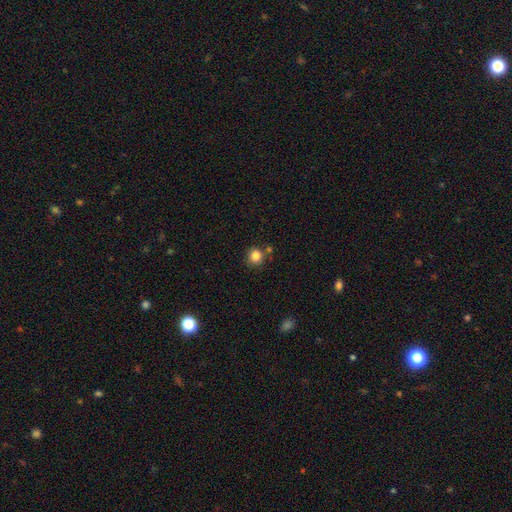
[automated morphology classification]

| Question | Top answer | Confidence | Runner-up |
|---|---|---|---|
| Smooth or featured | smooth | 83% | star or artifact (12%) |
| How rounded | round | 91% | in between (8%) |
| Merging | none | 79% | minor disturbance (10%) |